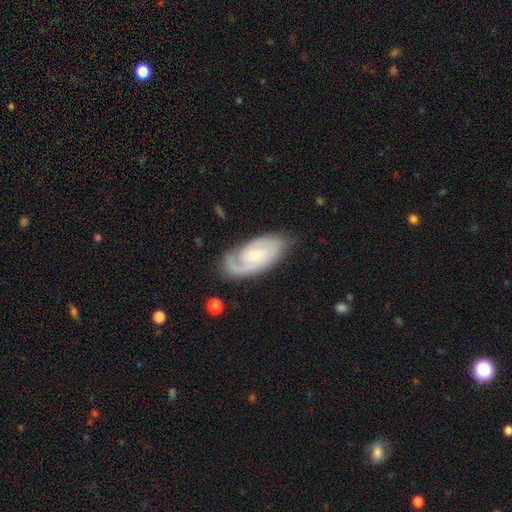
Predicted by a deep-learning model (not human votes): Smooth or featured? featured or disk (79%)
Edge-on disk? no (95%)
Bar? no (62%)
Spiral arms? yes (95%)
Spiral winding? tight (53%)
Spiral arm count? 2 (54%)
Bulge size? small (56%)
Merging? none (74%)